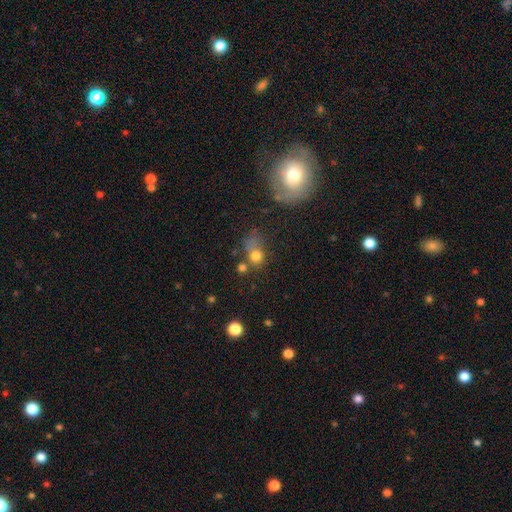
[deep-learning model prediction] This appears to be a smooth galaxy with no disk features (72%) that is round (61%). Merging: none (33%).